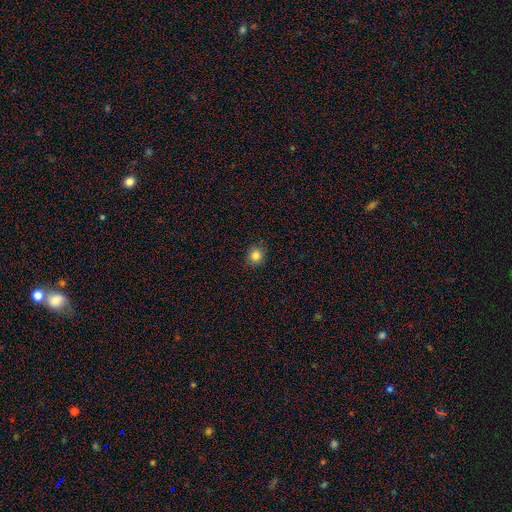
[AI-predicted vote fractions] A smooth galaxy with no disk features (84%) that is round (87%). Merging: none (89%).